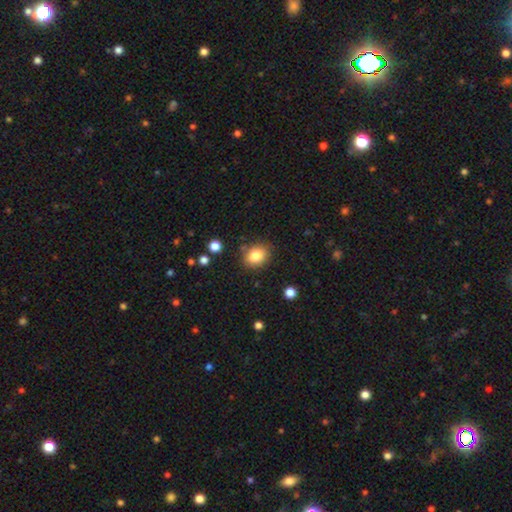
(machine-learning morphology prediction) Smooth or featured? Predicted: smooth (p=0.83). How rounded? Predicted: round (p=0.52). Merging? Predicted: none (p=0.82).